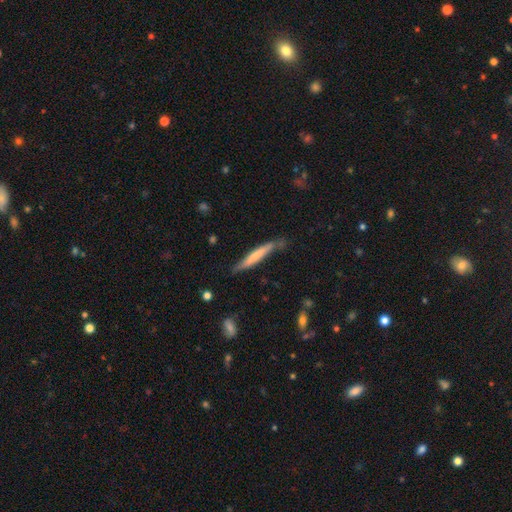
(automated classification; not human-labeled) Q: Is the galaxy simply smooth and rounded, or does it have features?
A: smooth — 57%.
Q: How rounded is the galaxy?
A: cigar-shaped — 95%.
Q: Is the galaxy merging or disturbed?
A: none — 70%.